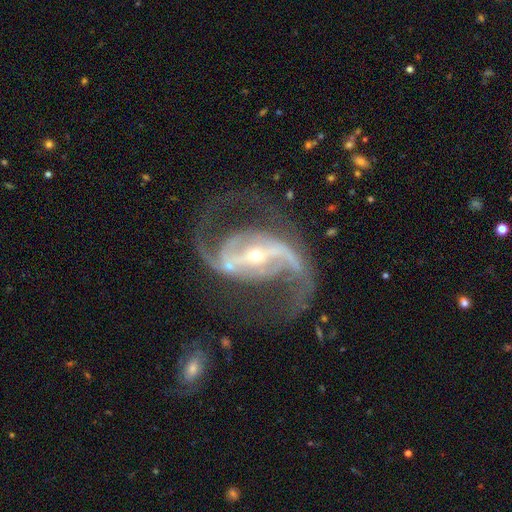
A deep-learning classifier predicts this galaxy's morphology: smooth_or_featured: featured or disk (p=0.92) [alt: star or artifact p=0.05]
disk_edge_on: no (p=0.97) [alt: yes p=0.03]
bar: strong (p=0.67) [alt: weak p=0.23]
has_spiral_arms: yes (p=0.98) [alt: no p=0.02]
spiral_winding: medium (p=0.51) [alt: loose p=0.39]
spiral_arm_count: 2 (p=0.93) [alt: 3 p=0.02]
bulge_size: small (p=0.70) [alt: moderate p=0.26]
merging: none (p=0.73) [alt: minor disturbance p=0.13]